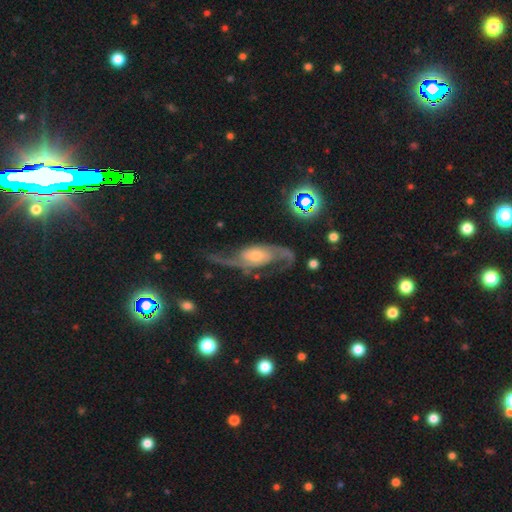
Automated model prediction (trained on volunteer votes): This is clearly a featured or disk galaxy (88%). It is clearly not viewed edge-on (95%). Bar: possibly no (53%). Spiral arm pattern: clearly yes (97%). Spiral arm count: clearly 2 (92%). Spiral winding: possibly loose (57%). Central bulge: possibly moderate (47%). Merging: likely none (64%).